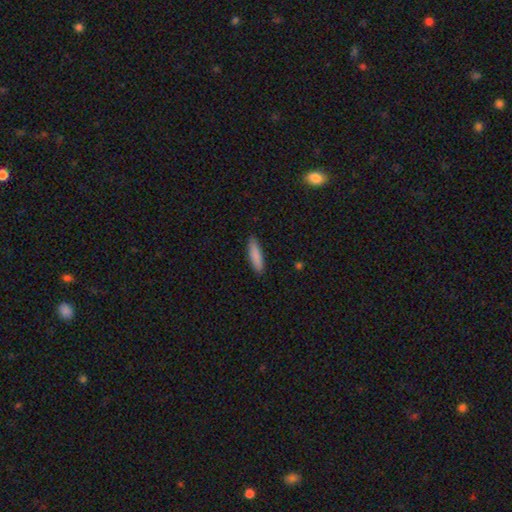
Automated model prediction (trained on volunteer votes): A smooth galaxy with no disk features (87%) that is cigar-shaped (67%).

Vote fractions:
- Smooth or featured? smooth: 87% / featured or disk: 7% / star or artifact: 6%
- How rounded? cigar-shaped: 67% / in between: 32% / round: 1%
- Merging? none: 88% / minor disturbance: 10% / major disturbance: 2% / merger: 1%